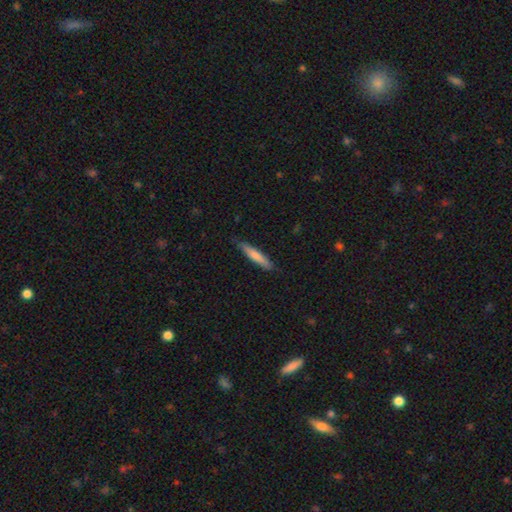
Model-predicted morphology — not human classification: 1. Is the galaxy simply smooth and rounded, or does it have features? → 72% smooth, 23% featured or disk, 5% star or artifact.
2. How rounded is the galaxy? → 90% cigar-shaped, 9% in between, 1% round.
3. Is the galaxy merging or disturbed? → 82% none, 15% minor disturbance, 2% major disturbance, 1% merger.